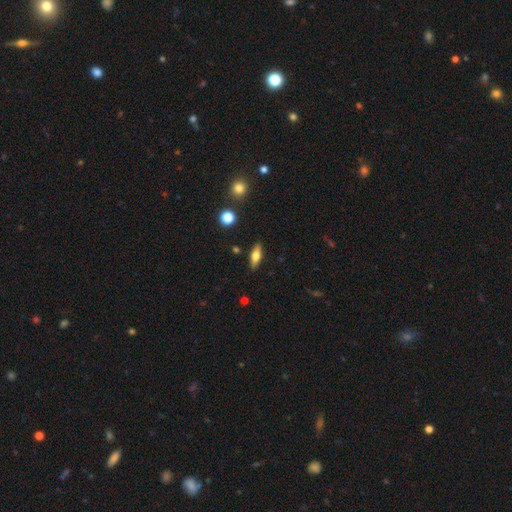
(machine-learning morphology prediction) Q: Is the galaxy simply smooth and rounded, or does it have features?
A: smooth — 57%.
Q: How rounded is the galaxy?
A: in between — 57%.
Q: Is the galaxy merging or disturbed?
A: none — 87%.